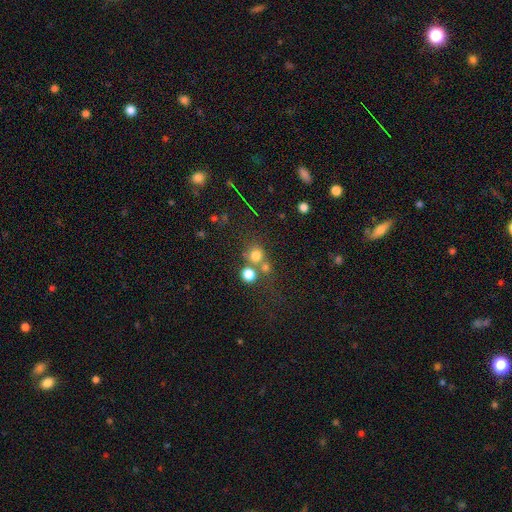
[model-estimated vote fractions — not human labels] smooth-or-featured: smooth: 73% | star or artifact: 18% | featured or disk: 10%
  how-rounded: round: 84% | in between: 15% | cigar-shaped: 1%
  merging: none: 53% | merger: 33% | minor disturbance: 8% | major disturbance: 5%